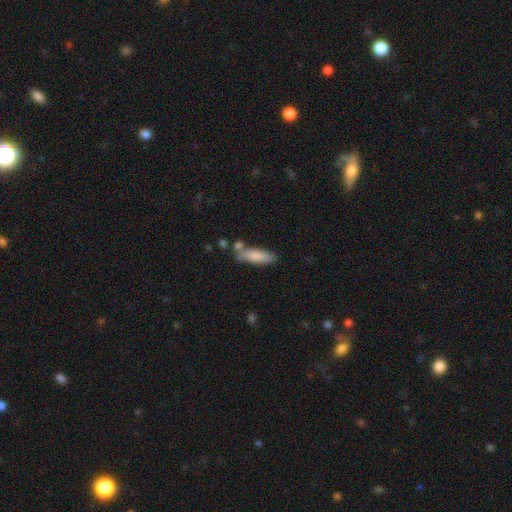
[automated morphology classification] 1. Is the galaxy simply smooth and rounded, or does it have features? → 82% smooth, 12% featured or disk, 6% star or artifact.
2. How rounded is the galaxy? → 52% in between, 46% cigar-shaped, 2% round.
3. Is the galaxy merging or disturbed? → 62% none, 18% minor disturbance, 15% merger, 5% major disturbance.